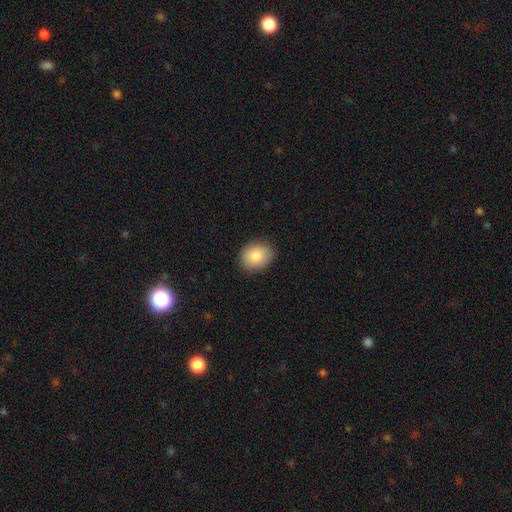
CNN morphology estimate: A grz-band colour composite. It shows a smooth galaxy with no disk features (83%) that is round (50%). Merging: none (87%).